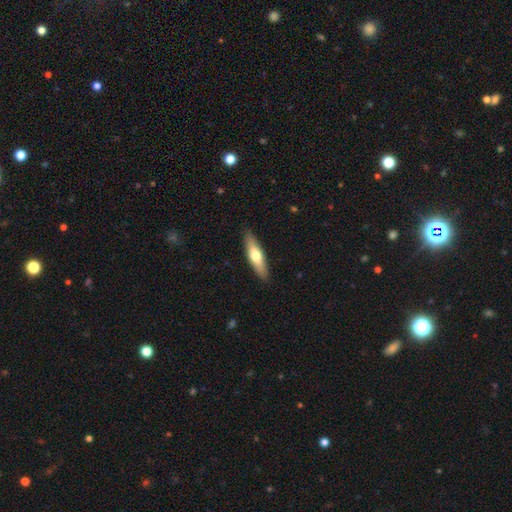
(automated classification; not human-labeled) Smooth or featured: smooth — 56% (featured or disk — 39%)
How rounded: cigar-shaped — 67% (in between — 31%)
Merging: none — 89% (minor disturbance — 8%)